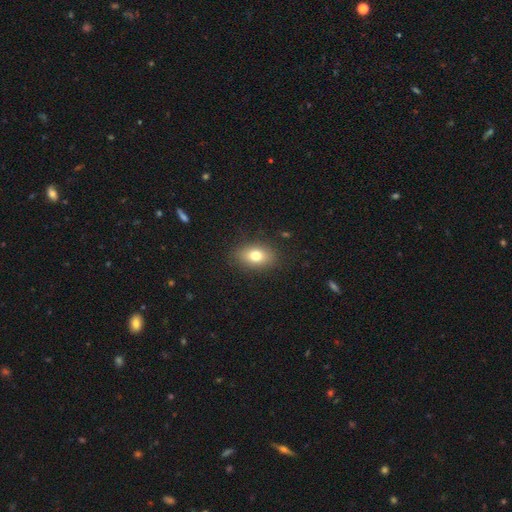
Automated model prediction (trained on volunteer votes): This appears to be a smooth galaxy with no disk features (76%) that is in between round and cigar-shaped (81%). Merging: none (86%).